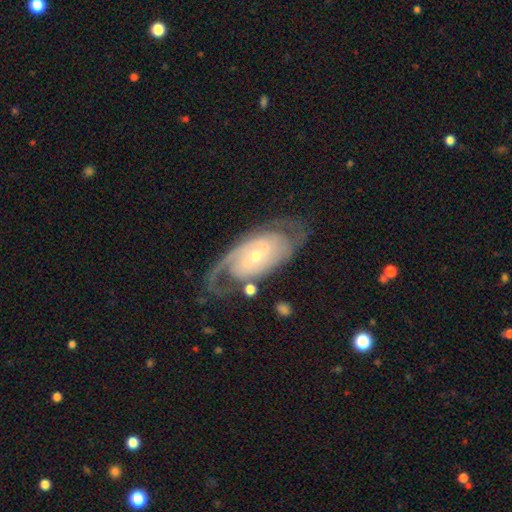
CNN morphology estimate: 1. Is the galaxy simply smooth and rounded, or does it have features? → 89% featured or disk, 7% smooth, 5% star or artifact.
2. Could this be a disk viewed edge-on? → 95% no, 5% yes.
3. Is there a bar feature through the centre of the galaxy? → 47% weak, 31% no, 22% strong.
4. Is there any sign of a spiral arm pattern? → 97% yes, 3% no.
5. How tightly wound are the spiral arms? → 54% tight, 36% medium, 9% loose.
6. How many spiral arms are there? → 69% 2, 13% can't tell, 8% 3, 5% 1, 3% 4, 2% more than 4.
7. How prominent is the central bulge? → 57% small, 39% moderate, 2% large, 1% none, 1% dominant.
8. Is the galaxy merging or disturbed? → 67% none, 18% minor disturbance, 11% major disturbance, 4% merger.